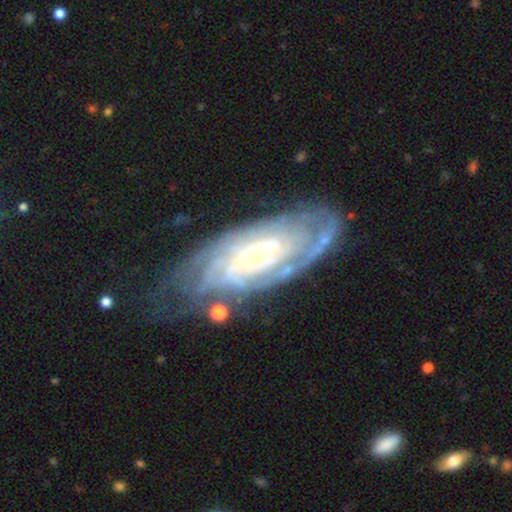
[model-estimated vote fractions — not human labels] smooth-or-featured: featured or disk: 85% | smooth: 9% | star or artifact: 6%
  disk-edge-on: no: 92% | yes: 8%
    bar: no: 64% | weak: 26% | strong: 10%
    has-spiral-arms: yes: 96% | no: 4%
      spiral-winding: tight: 78% | medium: 18% | loose: 4%
      spiral-arm-count: can't tell: 40% | 4: 18% | more than 4: 14% | 3: 12% | 2: 11% | 1: 5%
    bulge-size: small: 78% | moderate: 15% | none: 4% | large: 3% | dominant: 1%
  merging: none: 69% | minor disturbance: 20% | major disturbance: 8% | merger: 3%